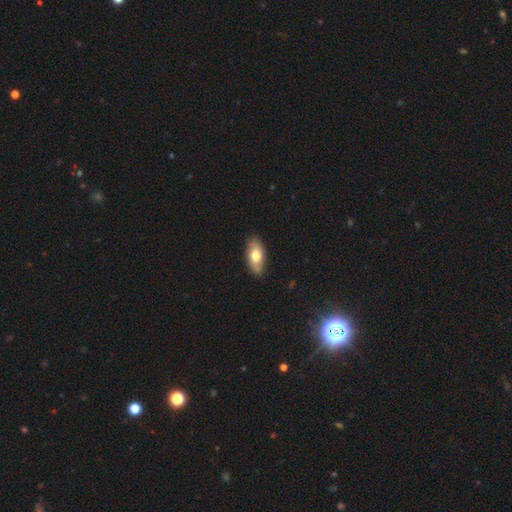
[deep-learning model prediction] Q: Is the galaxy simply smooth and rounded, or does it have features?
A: smooth — 66%.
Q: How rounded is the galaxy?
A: in between — 88%.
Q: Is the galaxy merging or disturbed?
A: none — 83%.